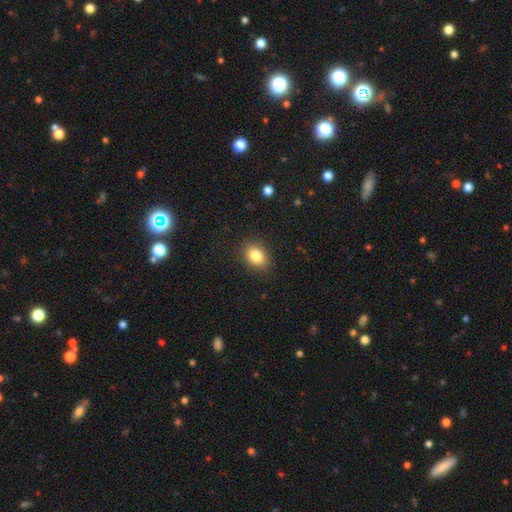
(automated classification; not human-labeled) Smooth or featured? Predicted: smooth (p=0.83). How rounded? Predicted: in between (p=0.63). Merging? Predicted: none (p=0.87).